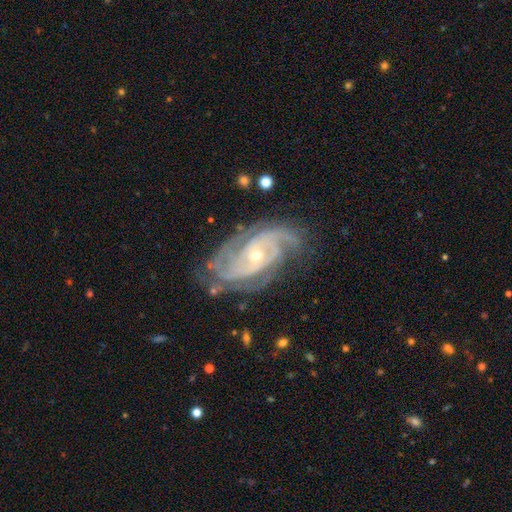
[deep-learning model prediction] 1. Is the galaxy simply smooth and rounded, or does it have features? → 91% featured or disk, 5% star or artifact, 3% smooth.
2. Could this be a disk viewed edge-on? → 96% no, 4% yes.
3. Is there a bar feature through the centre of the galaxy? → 62% no, 27% weak, 10% strong.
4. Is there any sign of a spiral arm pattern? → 98% yes, 2% no.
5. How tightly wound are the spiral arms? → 64% tight, 31% medium, 5% loose.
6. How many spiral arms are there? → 33% 3, 26% 2, 15% 4, 14% can't tell, 6% more than 4, 6% 1.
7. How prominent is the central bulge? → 62% small, 35% moderate, 1% large, 1% none, 1% dominant.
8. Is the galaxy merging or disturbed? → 74% none, 18% minor disturbance, 6% major disturbance, 2% merger.